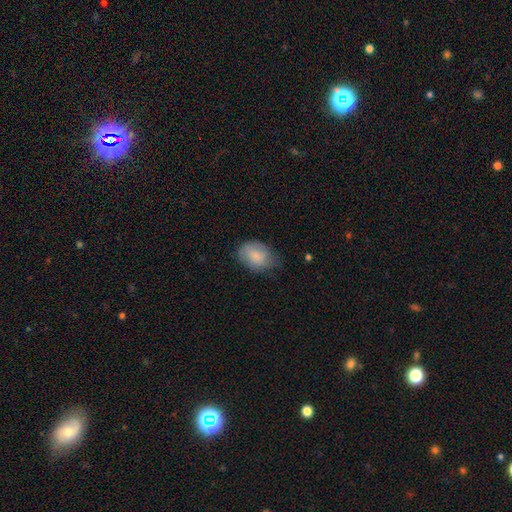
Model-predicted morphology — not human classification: This appears to be a smooth galaxy with no disk features (79%) that is in between round and cigar-shaped (72%). Merging: none (58%).